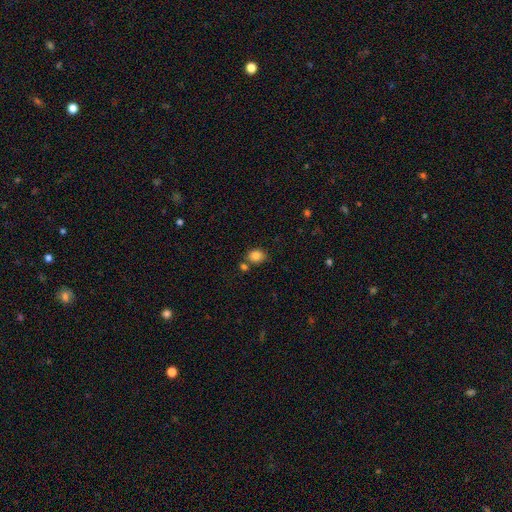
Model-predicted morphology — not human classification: Overall: smooth (85%). How rounded: in between (51%; round 48%). Merging: none (68%).